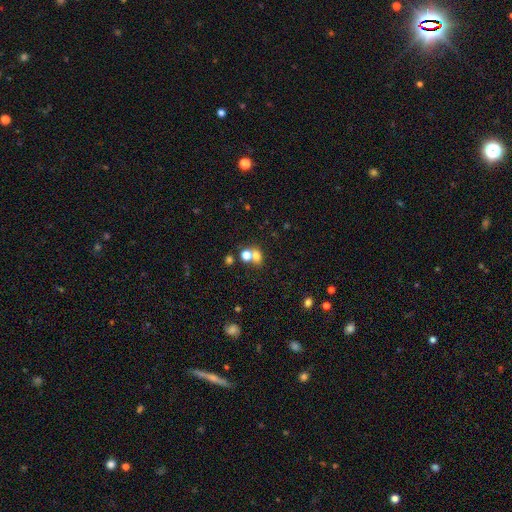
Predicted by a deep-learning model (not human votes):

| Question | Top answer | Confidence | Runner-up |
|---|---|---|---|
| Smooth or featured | smooth | 70% | star or artifact (17%) |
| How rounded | round | 55% | in between (44%) |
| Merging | merger | 47% | none (40%) |